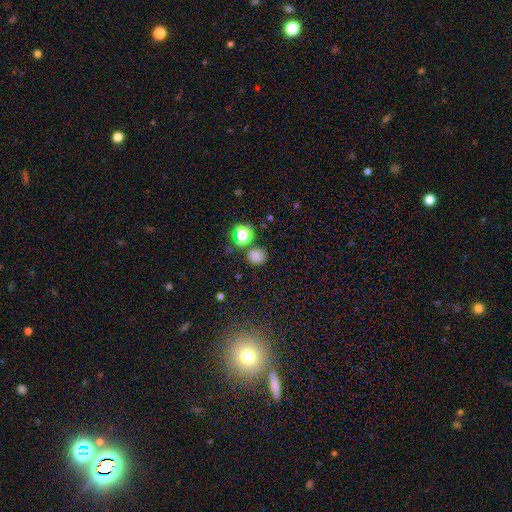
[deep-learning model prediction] smooth_or_featured: smooth (p=0.73) [alt: star or artifact p=0.21]
how_rounded: round (p=0.86) [alt: in between p=0.13]
merging: none (p=0.76) [alt: minor disturbance p=0.12]